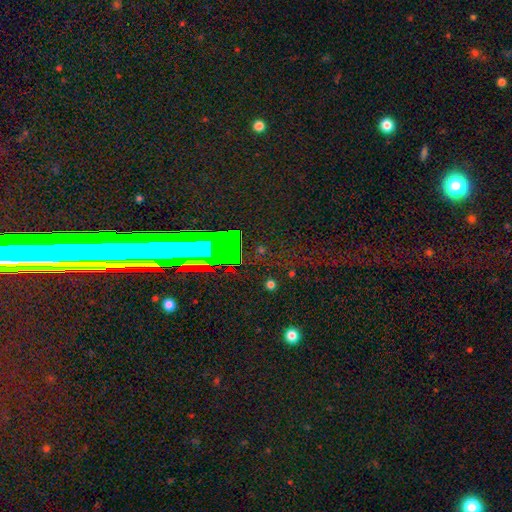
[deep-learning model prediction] smooth-or-featured: star or artifact: 64% | featured or disk: 24% | smooth: 12%